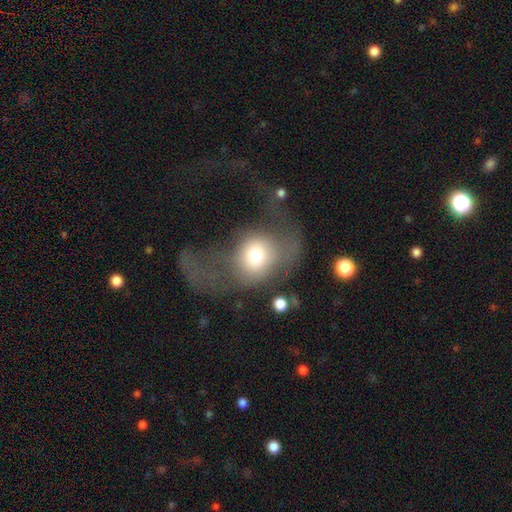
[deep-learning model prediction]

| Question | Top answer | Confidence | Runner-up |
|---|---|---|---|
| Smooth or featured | smooth | 64% | featured or disk (26%) |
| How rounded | round | 60% | in between (38%) |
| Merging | major disturbance | 60% | none (20%) |